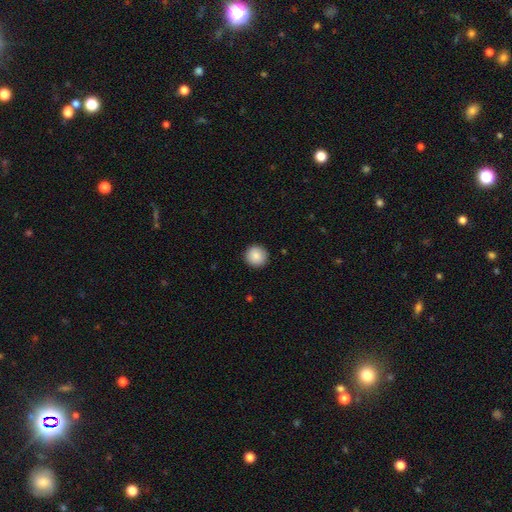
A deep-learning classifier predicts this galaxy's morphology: The model was most divided on "smooth or featured": smooth: 88%, star or artifact: 8%, featured or disk: 4%. More confident: how rounded — round (94%); merging — none (92%).